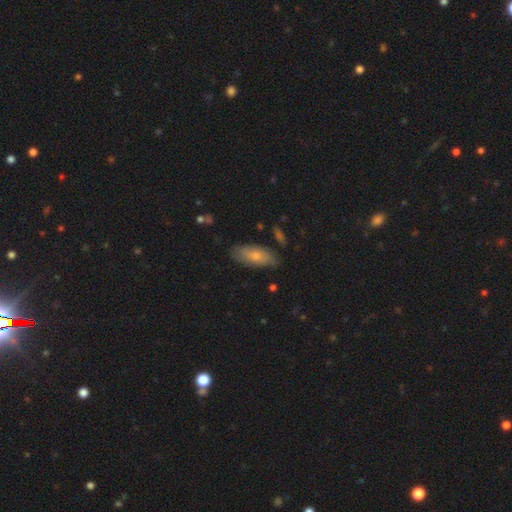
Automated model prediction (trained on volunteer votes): This is likely a smooth galaxy (69%). How rounded: clearly in between (84%). Merging: likely none (76%).